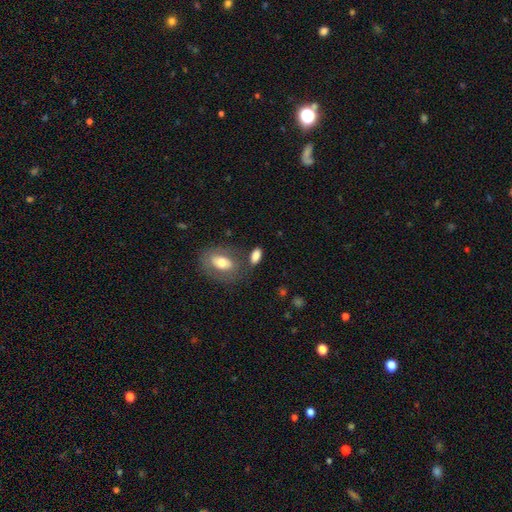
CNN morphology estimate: Smooth or featured: smooth — 80% (featured or disk — 12%)
How rounded: in between — 84% (cigar-shaped — 9%)
Merging: none — 65% (minor disturbance — 15%)